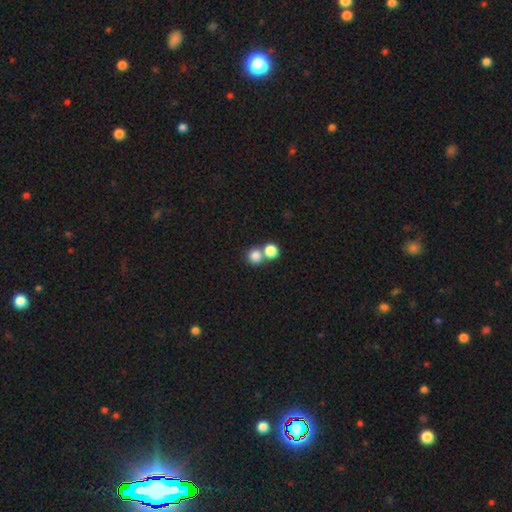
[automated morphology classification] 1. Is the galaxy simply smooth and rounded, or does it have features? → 82% smooth, 11% star or artifact, 8% featured or disk.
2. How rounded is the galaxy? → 89% round, 10% in between, 1% cigar-shaped.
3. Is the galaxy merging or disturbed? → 48% none, 45% merger, 5% minor disturbance, 2% major disturbance.